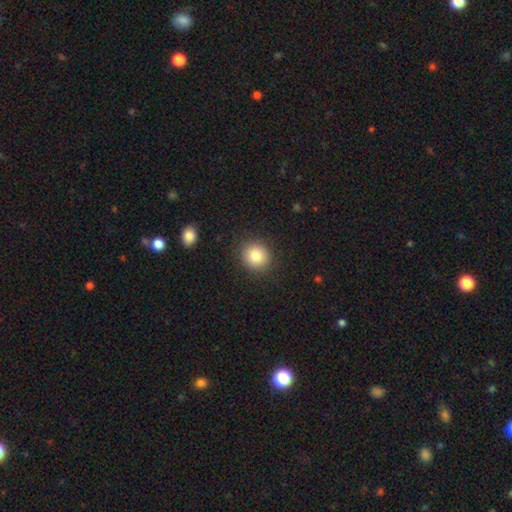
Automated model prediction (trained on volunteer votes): Smooth or featured? Predicted: smooth (p=0.84). How rounded? Predicted: round (p=0.86). Merging? Predicted: none (p=0.89).